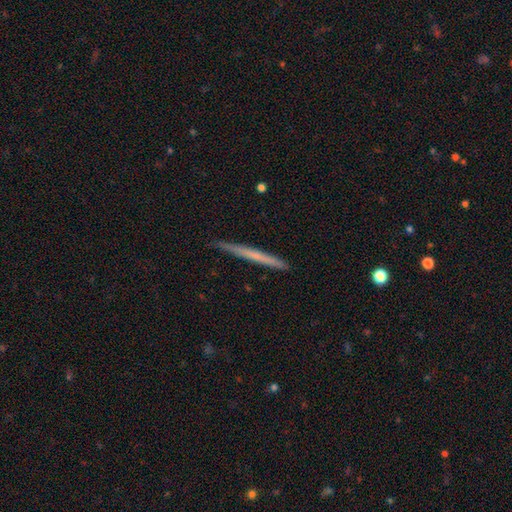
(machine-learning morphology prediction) type=smooth (48%); merging=none (91%).